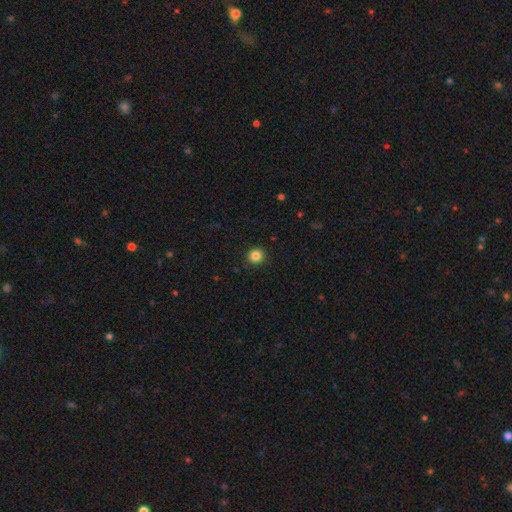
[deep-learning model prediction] Q: Smooth or featured?
A: smooth (85%); runner-up: star or artifact (11%)
Q: How rounded?
A: round (92%); runner-up: in between (7%)
Q: Merging?
A: none (91%); runner-up: minor disturbance (6%)